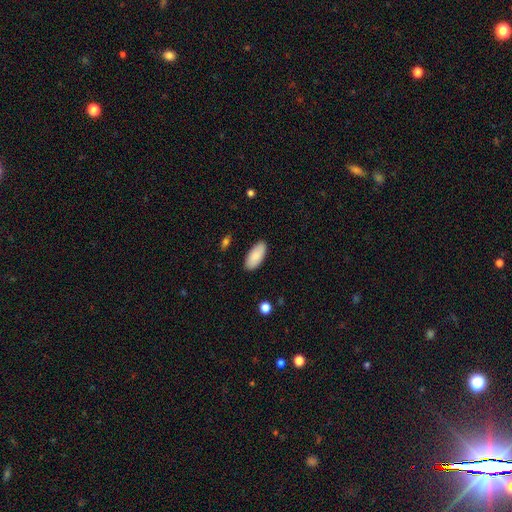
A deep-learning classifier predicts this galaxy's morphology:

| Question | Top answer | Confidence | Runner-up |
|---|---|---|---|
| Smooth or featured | smooth | 86% | featured or disk (8%) |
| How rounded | in between | 91% | cigar-shaped (7%) |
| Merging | none | 87% | minor disturbance (10%) |